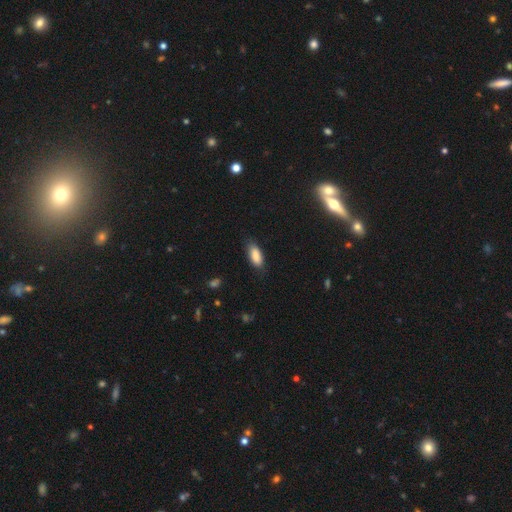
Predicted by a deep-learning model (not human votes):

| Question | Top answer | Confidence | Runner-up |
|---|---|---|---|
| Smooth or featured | smooth | 87% | star or artifact (7%) |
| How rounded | in between | 84% | cigar-shaped (14%) |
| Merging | none | 78% | minor disturbance (18%) |